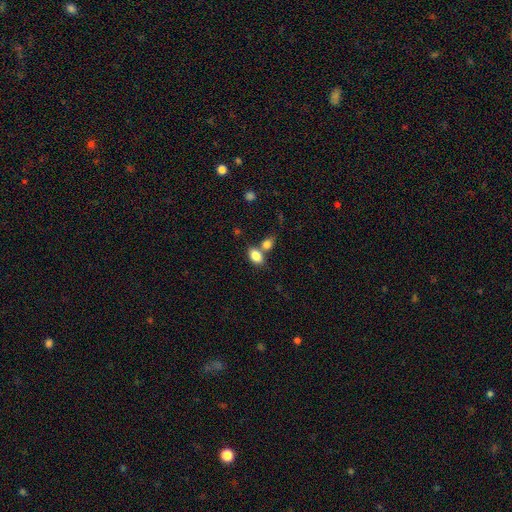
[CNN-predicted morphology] Smooth or featured?
  - smooth: 84% *
  - star or artifact: 8%
  - featured or disk: 8%
How rounded?
  - in between: 85% *
  - round: 13%
  - cigar-shaped: 2%
Merging?
  - none: 48% *
  - merger: 38%
  - minor disturbance: 11%
  - major disturbance: 4%